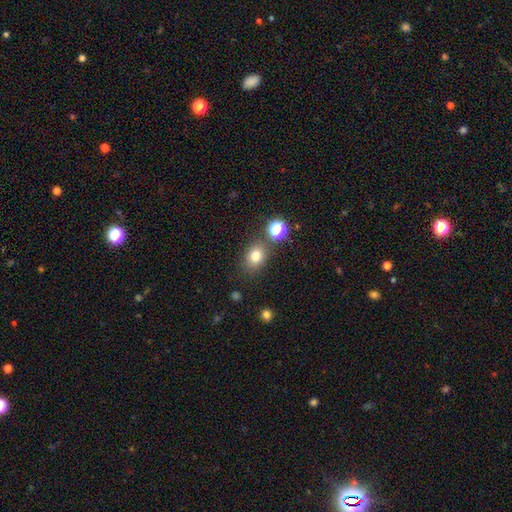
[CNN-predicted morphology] This appears to be a smooth galaxy with no disk features (78%) that is round (51%). Merging: none (77%).